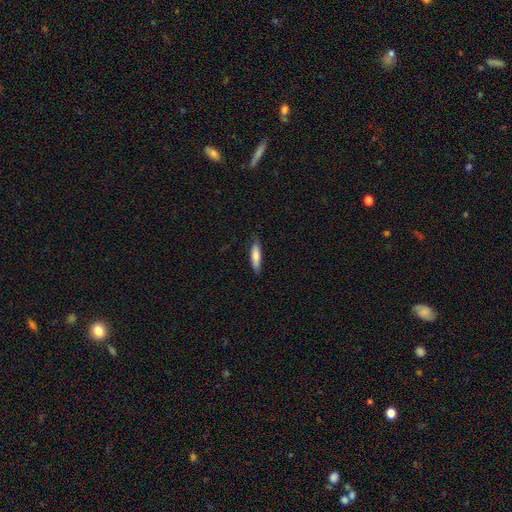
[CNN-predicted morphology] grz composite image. It shows a smooth galaxy with no disk features (79%) that is cigar-shaped (71%). Merging: none (81%).